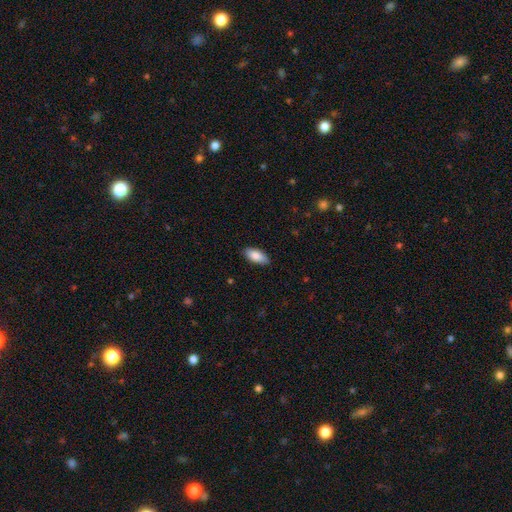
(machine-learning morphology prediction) This is clearly a smooth galaxy (86%). How rounded: clearly in between (88%). Merging: clearly none (87%).